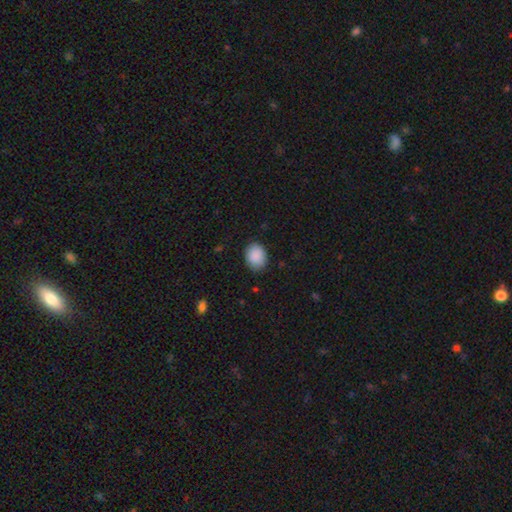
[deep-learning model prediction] This appears to be a smooth galaxy with no disk features (90%) that is in between round and cigar-shaped (57%). Merging: none (85%).